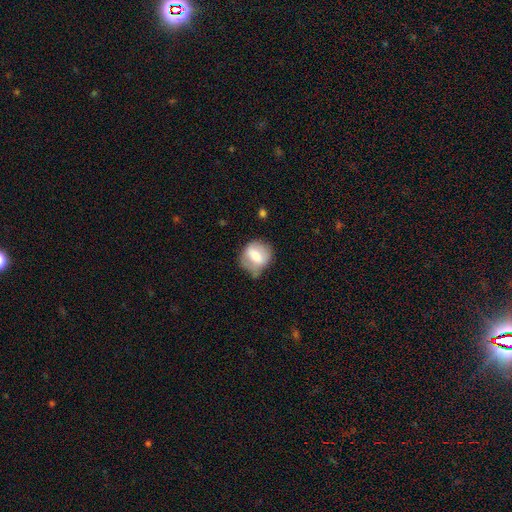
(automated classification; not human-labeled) Smooth or featured: smooth — 62% (featured or disk — 31%)
How rounded: round — 72% (in between — 27%)
Merging: none — 53% (minor disturbance — 31%)